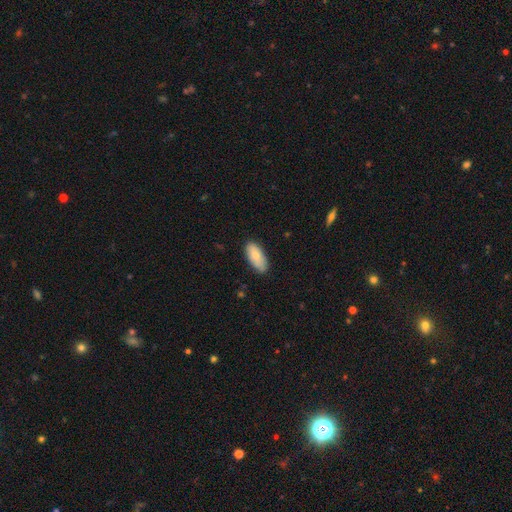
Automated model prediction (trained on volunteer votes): The model was most divided on "smooth or featured": smooth: 78%, featured or disk: 16%, star or artifact: 6%. More confident: how rounded — in between (90%); merging — none (82%).